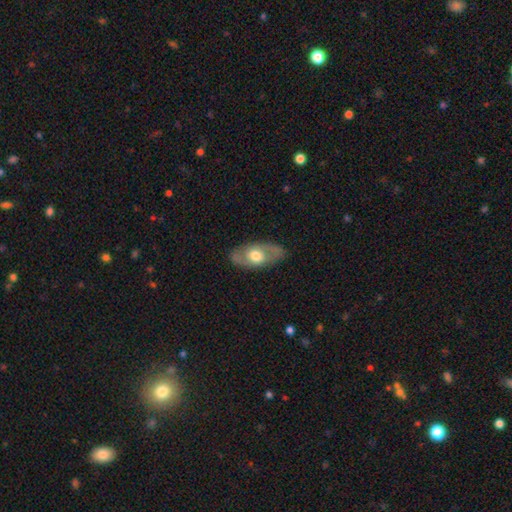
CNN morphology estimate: Smooth or featured: featured or disk — 56% (smooth — 39%)
Edge-on disk: no — 83% (yes — 17%)
Merging: none — 84% (minor disturbance — 12%)